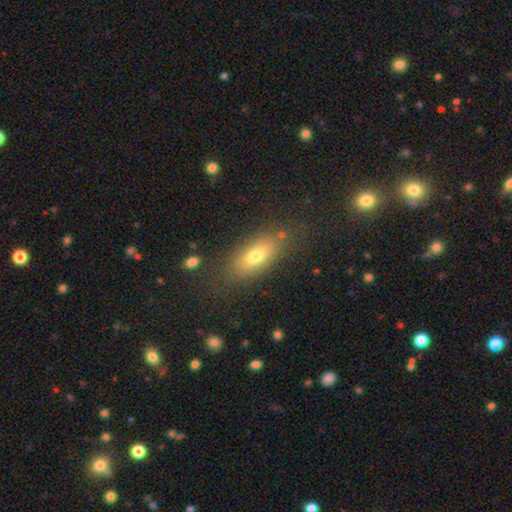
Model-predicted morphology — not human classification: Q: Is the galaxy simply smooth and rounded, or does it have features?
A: smooth — 72%.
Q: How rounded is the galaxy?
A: in between — 77%.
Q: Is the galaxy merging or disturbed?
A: none — 81%.